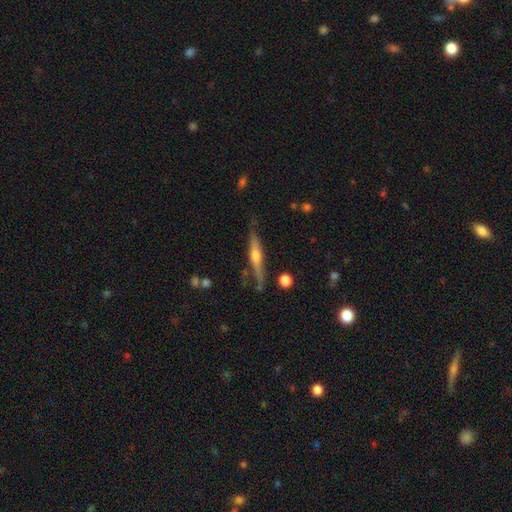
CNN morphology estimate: This appears to be a featured or disk galaxy (64%) viewed edge-on (95%) with a rounded central bulge (85%). Merging: none (74%).